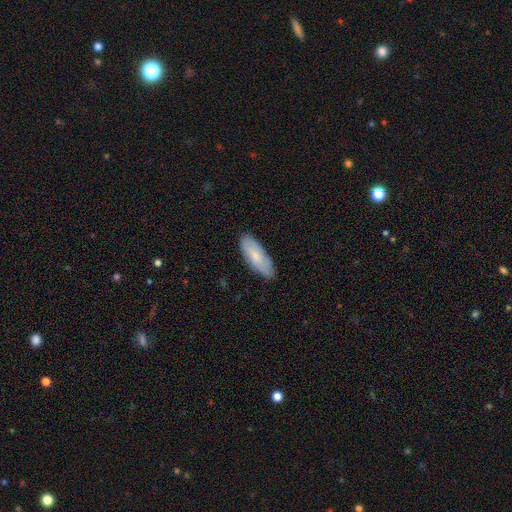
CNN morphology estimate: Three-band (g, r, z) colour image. It shows a smooth galaxy with no disk features (73%) that is in between round and cigar-shaped (68%). Merging: none (81%).